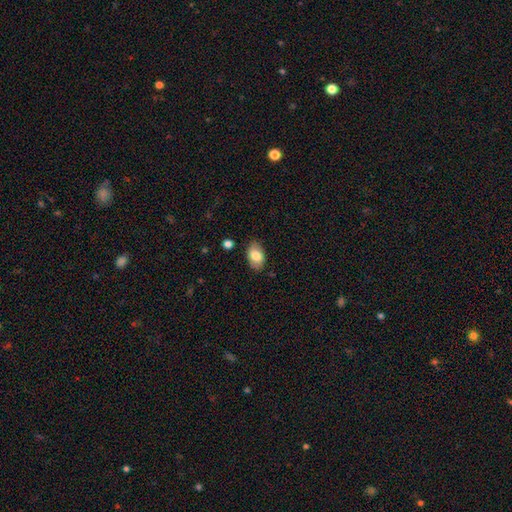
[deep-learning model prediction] Smooth or featured? Predicted: smooth (p=0.81). How rounded? Predicted: in between (p=0.91). Merging? Predicted: none (p=0.82).